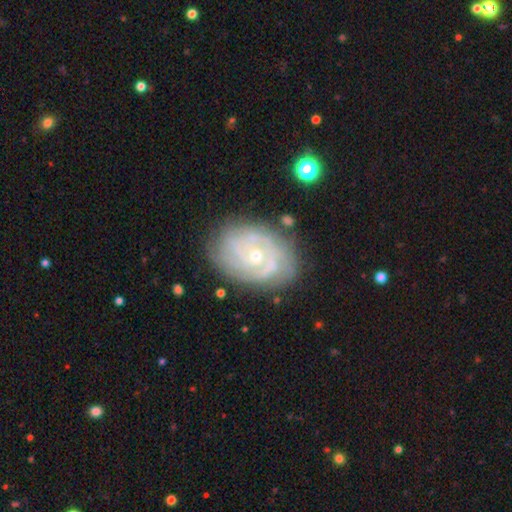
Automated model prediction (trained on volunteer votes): A featured or disk galaxy (85%) with no bar (74%), tight (73%) spiral arms (94%) and a small central bulge (64%). Merging: none (77%).